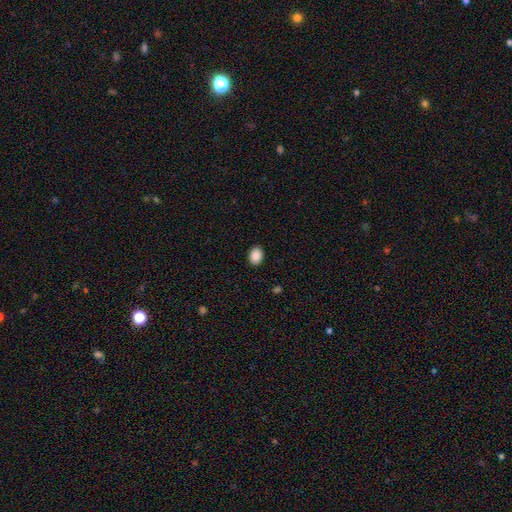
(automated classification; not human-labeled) smooth 90%, star or artifact 8%, featured or disk 2%. Down the decision tree: how rounded — in between (68%); merging — none (90%).